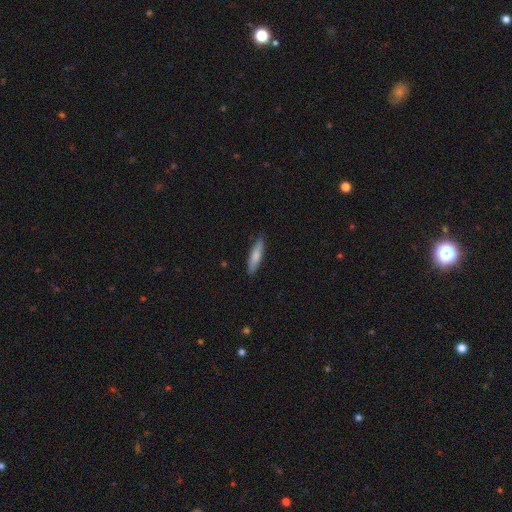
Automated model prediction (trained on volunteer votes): A smooth galaxy with no disk features (77%) that is cigar-shaped (75%).

Vote fractions:
- Smooth or featured? smooth: 77% / featured or disk: 18% / star or artifact: 6%
- How rounded? cigar-shaped: 75% / in between: 23% / round: 1%
- Merging? none: 85% / minor disturbance: 12% / major disturbance: 2% / merger: 1%